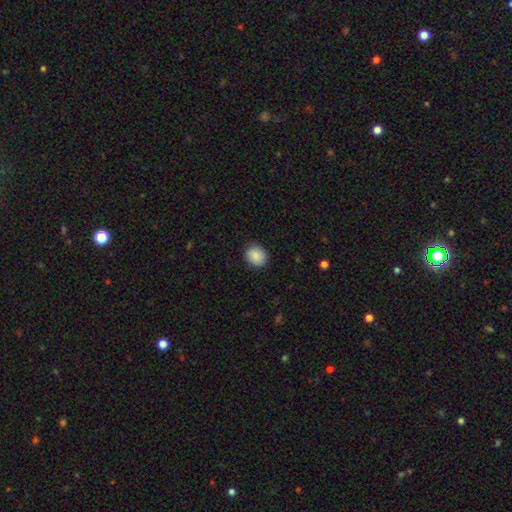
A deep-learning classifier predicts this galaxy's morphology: The model was most divided on "how rounded": round: 74%, in between: 25%, cigar-shaped: 1%. More confident: smooth or featured — smooth (89%); merging — none (89%).